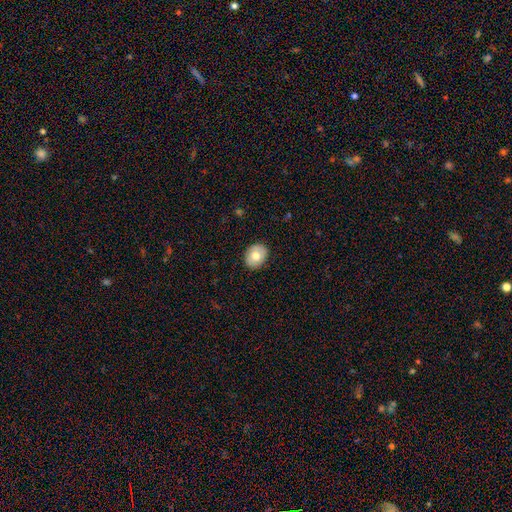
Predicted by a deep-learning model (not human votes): Smooth or featured?
  - smooth: 71% *
  - featured or disk: 22%
  - star or artifact: 7%
How rounded?
  - round: 54% *
  - in between: 45%
  - cigar-shaped: 1%
Merging?
  - none: 88% *
  - minor disturbance: 9%
  - major disturbance: 2%
  - merger: 1%